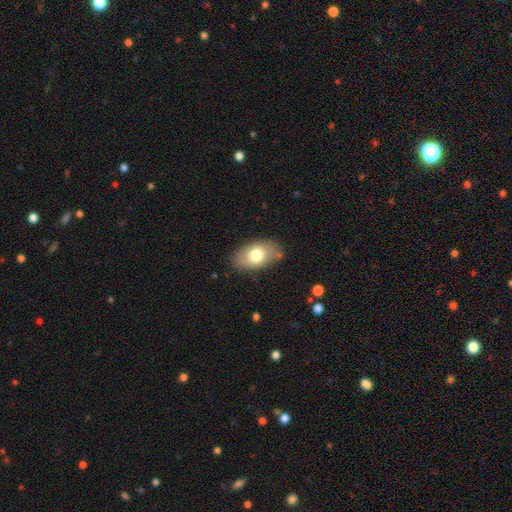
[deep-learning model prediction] This appears to be a smooth galaxy with no disk features (72%) that is in between round and cigar-shaped (91%). Merging: none (84%).